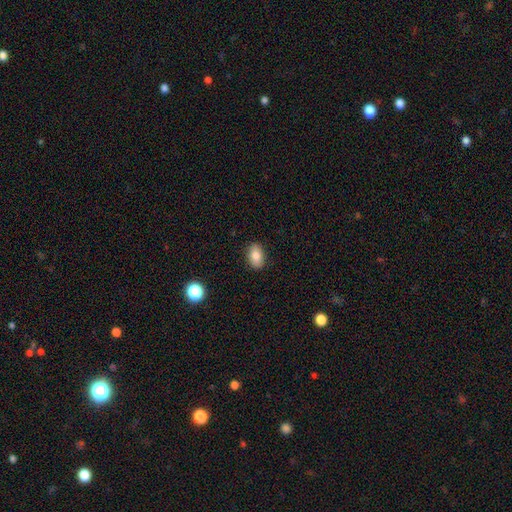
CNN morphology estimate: This is clearly a smooth galaxy (82%). How rounded: clearly in between (85%). Merging: clearly none (88%).